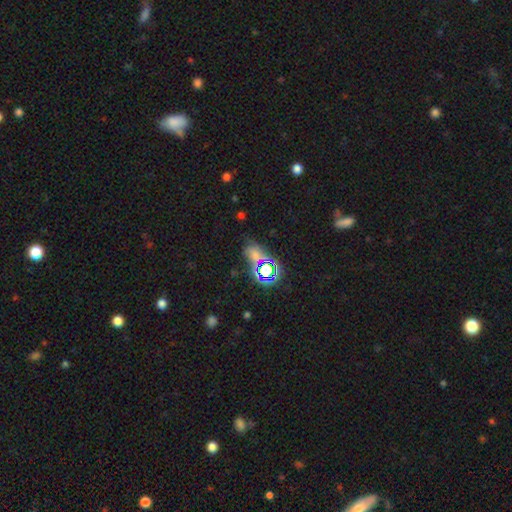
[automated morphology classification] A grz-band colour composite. It shows a star or artifact, not a galaxy (58%).